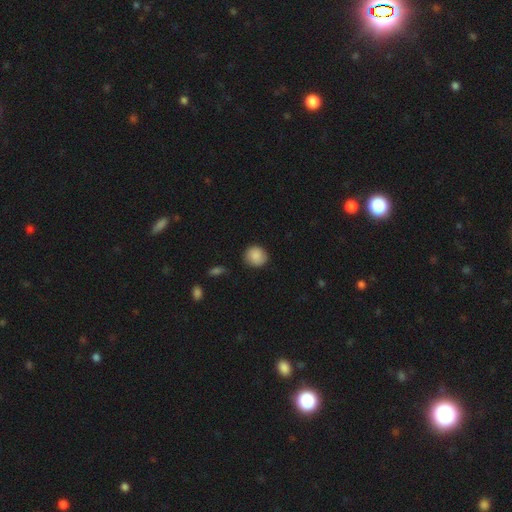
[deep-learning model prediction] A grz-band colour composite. It shows a smooth galaxy with no disk features (88%) that is round (85%). Merging: none (84%).